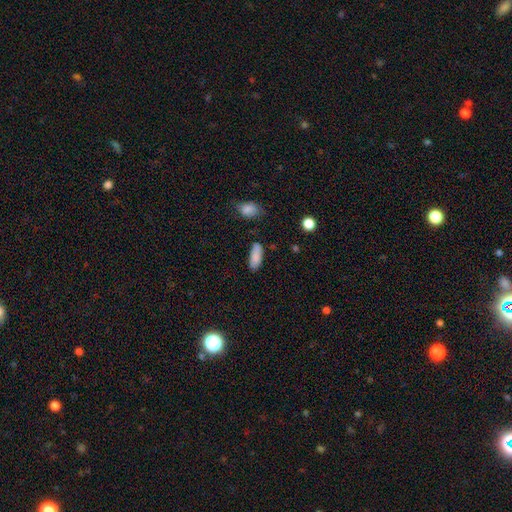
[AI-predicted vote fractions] A smooth galaxy with no disk features (86%) that is in between round and cigar-shaped (77%).

Vote fractions:
- Smooth or featured? smooth: 86% / star or artifact: 7% / featured or disk: 7%
- How rounded? in between: 77% / cigar-shaped: 21% / round: 2%
- Merging? none: 76% / minor disturbance: 17% / major disturbance: 4% / merger: 3%